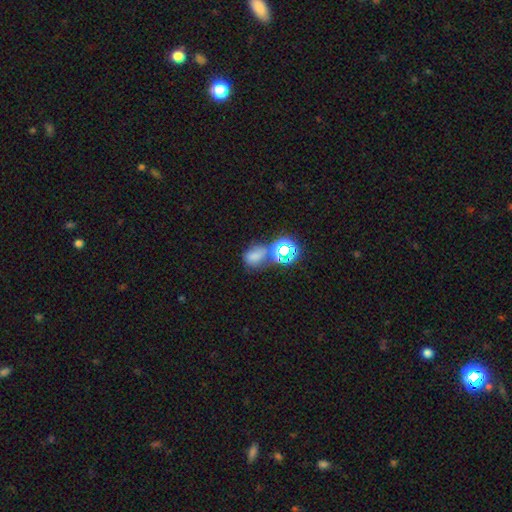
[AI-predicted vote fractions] Smooth or featured: smooth — 59% (star or artifact — 31%)
How rounded: in between — 62% (round — 36%)
Merging: none — 46% (merger — 25%)